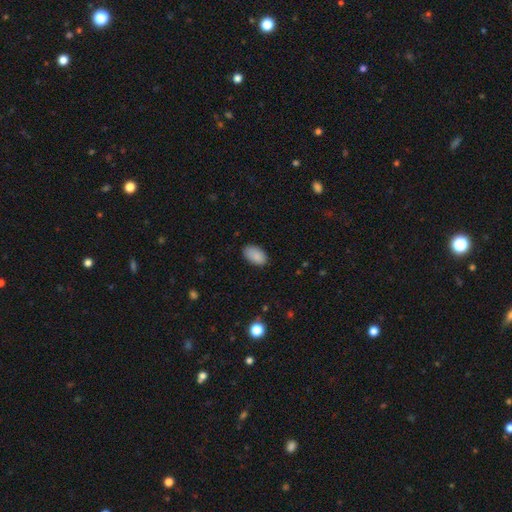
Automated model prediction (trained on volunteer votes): smooth_or_featured: smooth (p=0.87) [alt: star or artifact p=0.07]
how_rounded: in between (p=0.94) [alt: round p=0.04]
merging: none (p=0.84) [alt: minor disturbance p=0.13]